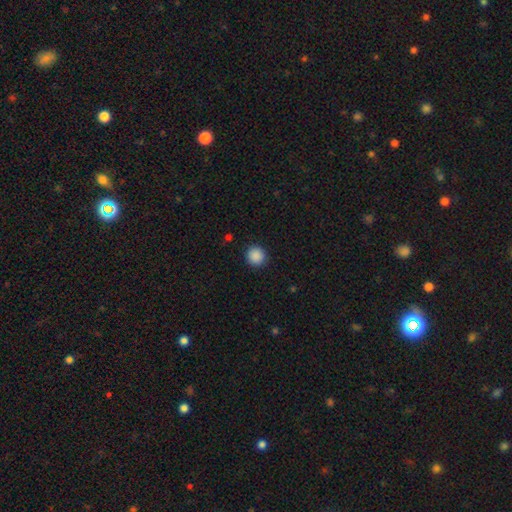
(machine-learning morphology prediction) smooth 89%, star or artifact 9%, featured or disk 2%. Down the decision tree: how rounded — round (94%); merging — none (92%).